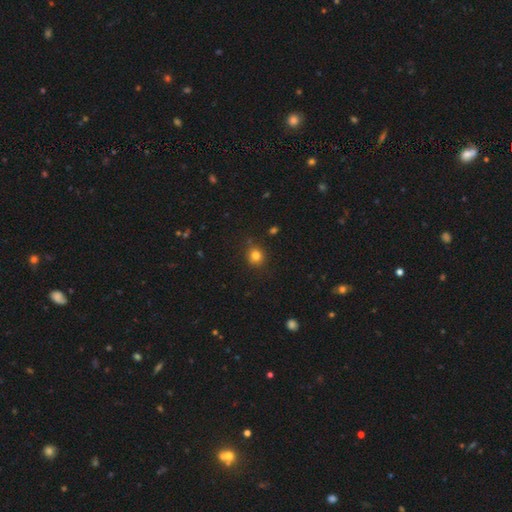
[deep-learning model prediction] A smooth galaxy with no disk features (81%) that is round (87%). Merging: none (85%).